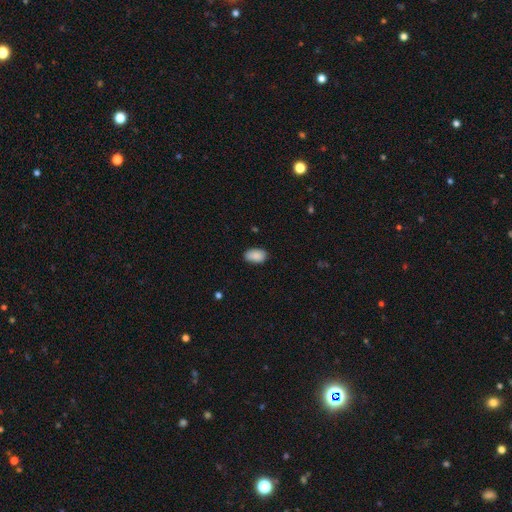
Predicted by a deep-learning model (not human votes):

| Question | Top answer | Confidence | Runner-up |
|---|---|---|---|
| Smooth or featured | smooth | 90% | star or artifact (7%) |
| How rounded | in between | 93% | round (5%) |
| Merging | none | 86% | minor disturbance (11%) |